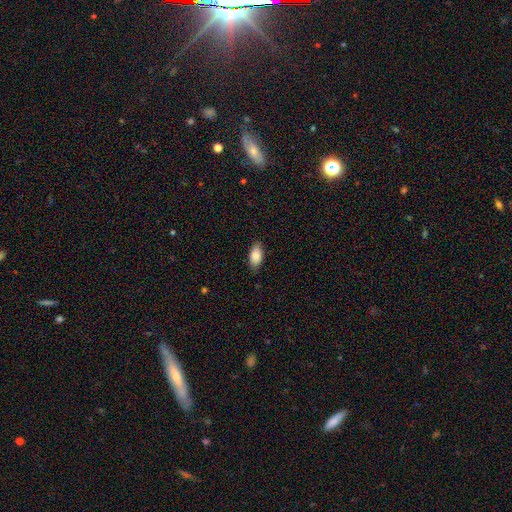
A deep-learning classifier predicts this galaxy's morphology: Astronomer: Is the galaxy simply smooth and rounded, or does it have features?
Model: smooth — 86%.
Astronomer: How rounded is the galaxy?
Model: in between — 92%.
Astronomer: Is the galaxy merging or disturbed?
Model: none — 84%.